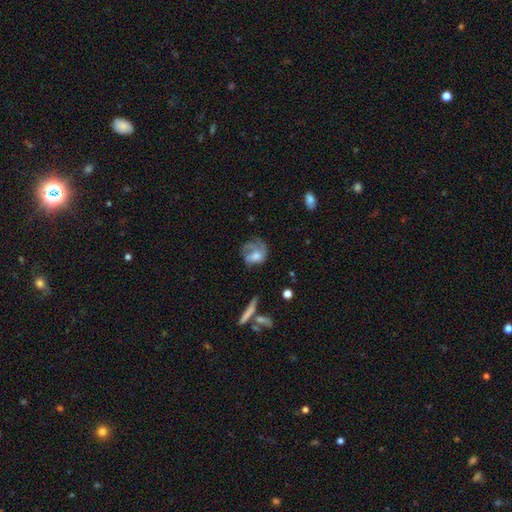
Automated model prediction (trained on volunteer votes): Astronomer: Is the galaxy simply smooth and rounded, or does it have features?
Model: featured or disk — 48% (runner-up: smooth, 43%).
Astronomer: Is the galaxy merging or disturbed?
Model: major disturbance — 38% (runner-up: none, 35%).